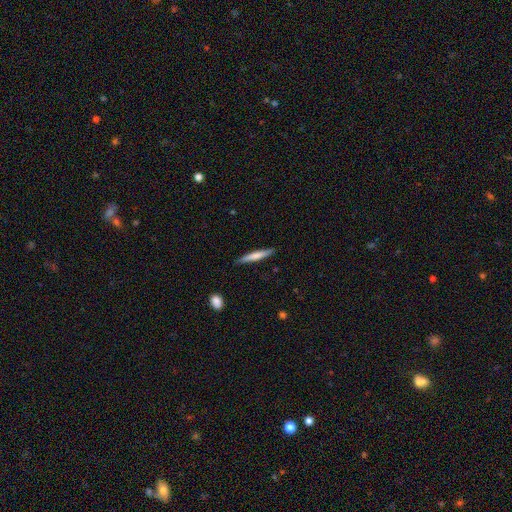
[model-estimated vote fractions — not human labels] smooth_or_featured: smooth (p=0.64) [alt: featured or disk p=0.31]
how_rounded: cigar-shaped (p=0.94) [alt: in between p=0.04]
merging: none (p=0.88) [alt: minor disturbance p=0.09]